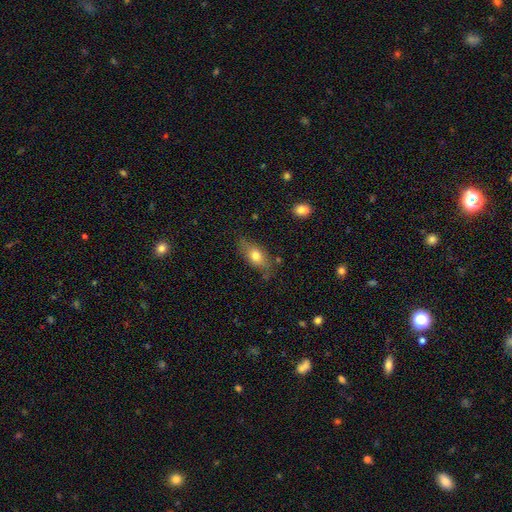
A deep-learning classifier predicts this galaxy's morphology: A smooth galaxy with no disk features (69%) that is in between round and cigar-shaped (81%).

Vote fractions:
- Smooth or featured? smooth: 69% / featured or disk: 23% / star or artifact: 8%
- How rounded? in between: 81% / cigar-shaped: 12% / round: 8%
- Merging? none: 72% / minor disturbance: 20% / major disturbance: 5% / merger: 3%